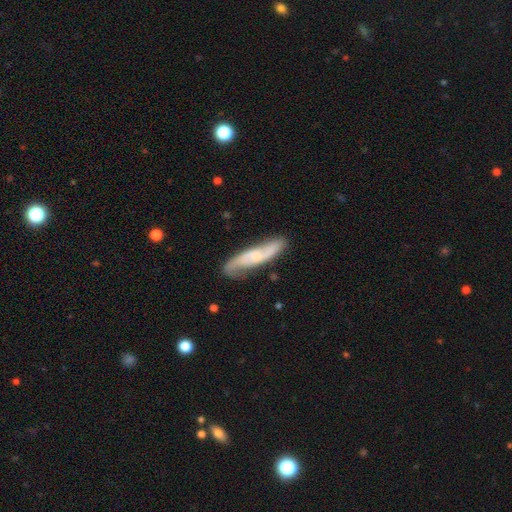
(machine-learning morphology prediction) This is likely a featured or disk galaxy (66%). It is likely not viewed edge-on (72%). Merging: likely none (78%).